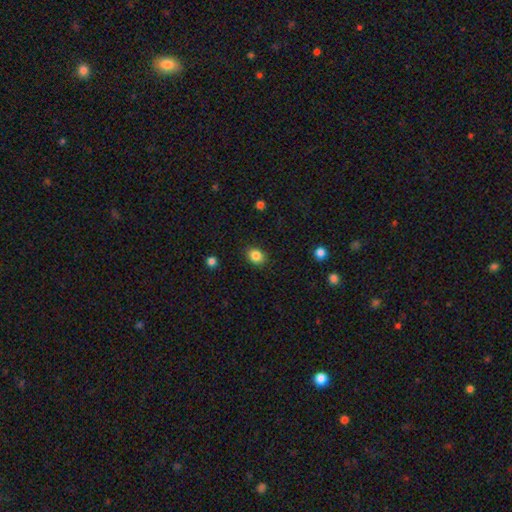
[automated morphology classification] Smooth or featured? Predicted: smooth (p=0.85). How rounded? Predicted: round (p=0.52). Merging? Predicted: none (p=0.88).